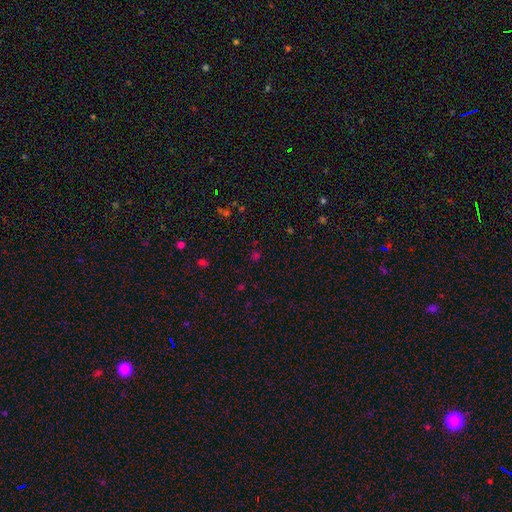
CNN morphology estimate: Smooth or featured: star or artifact — 48% (smooth — 46%)